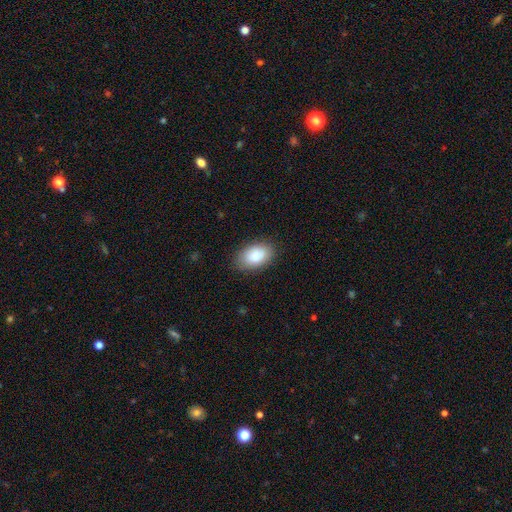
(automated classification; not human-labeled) A smooth galaxy with no disk features (86%) that is in between round and cigar-shaped (92%). Merging: none (84%).